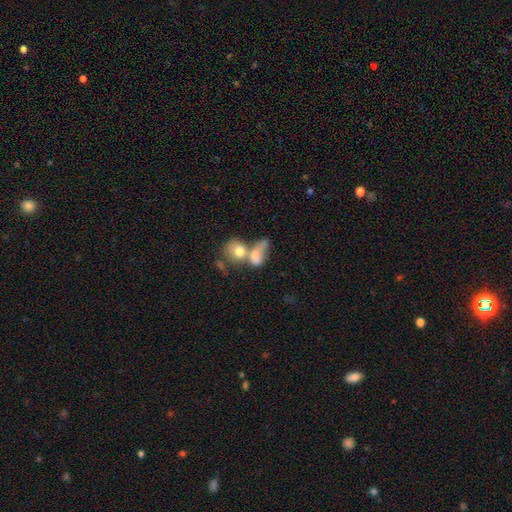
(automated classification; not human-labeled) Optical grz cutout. It shows a smooth galaxy with no disk features (67%) that is in between round and cigar-shaped (64%). Merging: merger (69%).